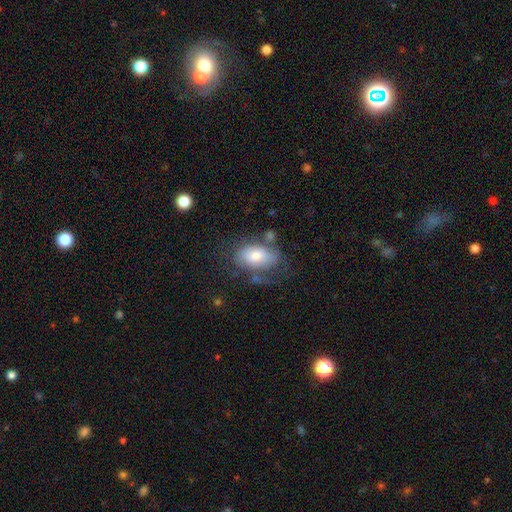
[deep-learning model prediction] Morphology: type=smooth (62%); roundness=in between (89%); merging=none (47%).